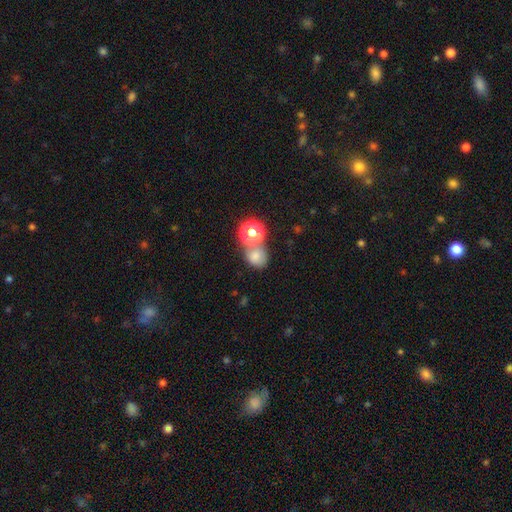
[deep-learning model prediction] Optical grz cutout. It shows a smooth galaxy with no disk features (74%) that is round (68%). Merging: none (47%).